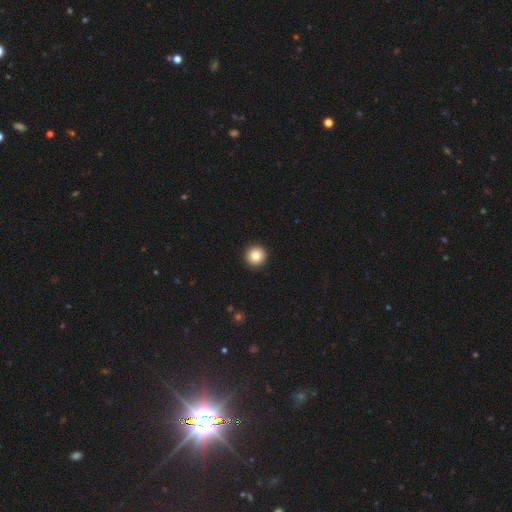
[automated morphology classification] Smooth or featured? smooth (82%)
How rounded? round (96%)
Merging? none (94%)